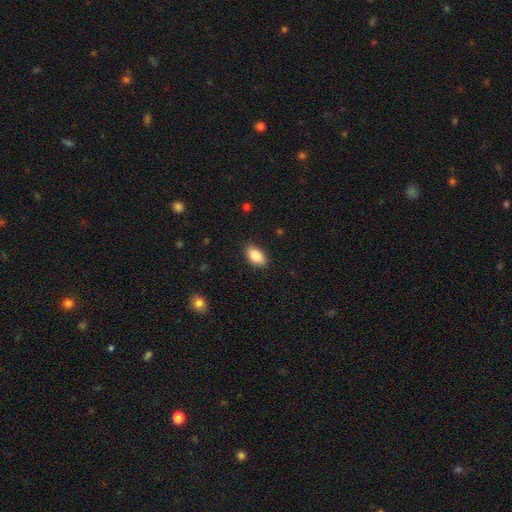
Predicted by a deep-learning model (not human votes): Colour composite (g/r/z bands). It shows a smooth galaxy with no disk features (87%) that is in between round and cigar-shaped (93%). Merging: none (86%).